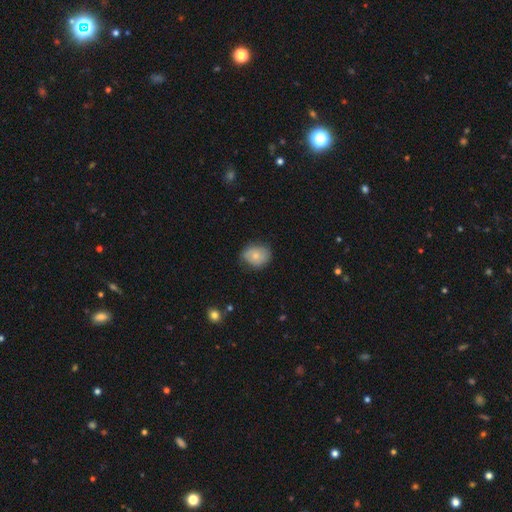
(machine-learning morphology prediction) A smooth galaxy with no disk features (72%) that is round (54%).

Vote fractions:
- Smooth or featured? smooth: 72% / featured or disk: 20% / star or artifact: 8%
- How rounded? round: 54% / in between: 45% / cigar-shaped: 1%
- Merging? none: 67% / minor disturbance: 26% / major disturbance: 6% / merger: 1%